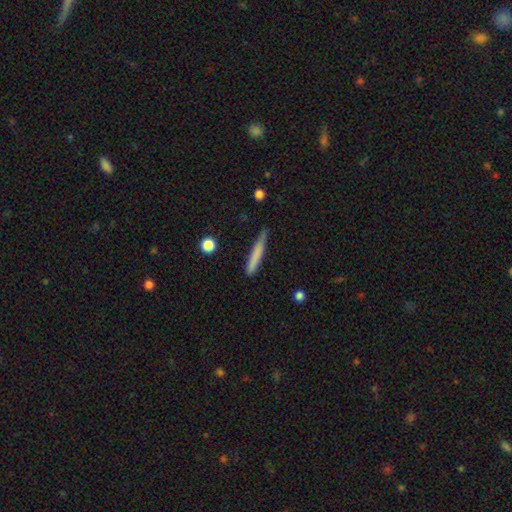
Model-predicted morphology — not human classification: Smooth or featured?
  - smooth: 72% *
  - featured or disk: 22%
  - star or artifact: 6%
How rounded?
  - cigar-shaped: 95% *
  - in between: 4%
  - round: 1%
Merging?
  - none: 74% *
  - minor disturbance: 21%
  - major disturbance: 3%
  - merger: 2%